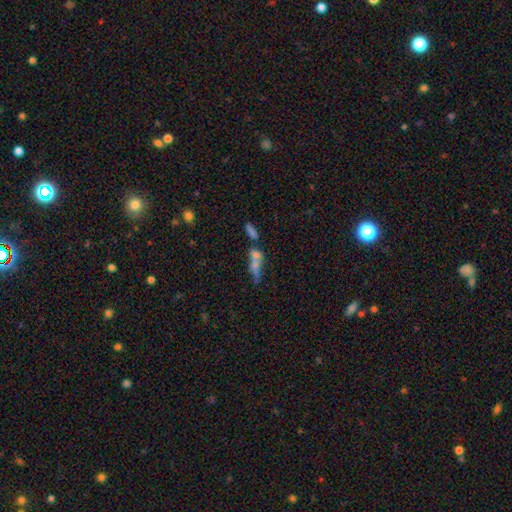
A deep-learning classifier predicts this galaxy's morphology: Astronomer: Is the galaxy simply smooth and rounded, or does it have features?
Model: smooth — 52% (runner-up: featured or disk, 34%).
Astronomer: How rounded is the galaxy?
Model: in between — 49% (runner-up: cigar-shaped, 41%).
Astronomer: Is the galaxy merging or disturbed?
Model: merger — 58%.